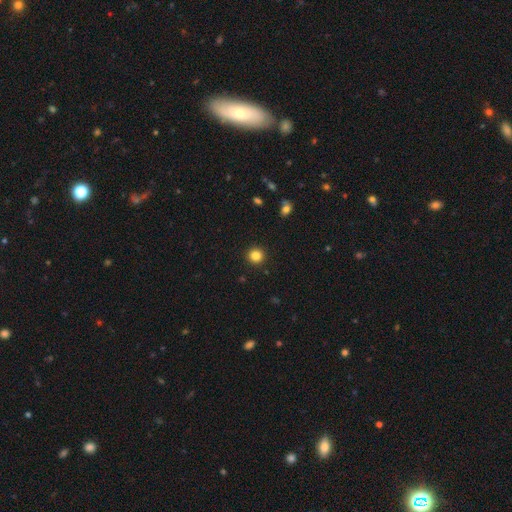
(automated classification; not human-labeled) Smooth or featured? Predicted: smooth (p=0.84). How rounded? Predicted: round (p=0.95). Merging? Predicted: none (p=0.93).